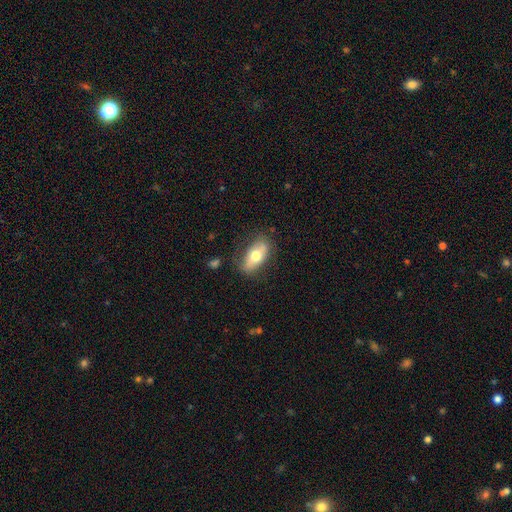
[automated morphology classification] This is likely a smooth galaxy (64%). How rounded: clearly in between (86%). Merging: likely none (76%).